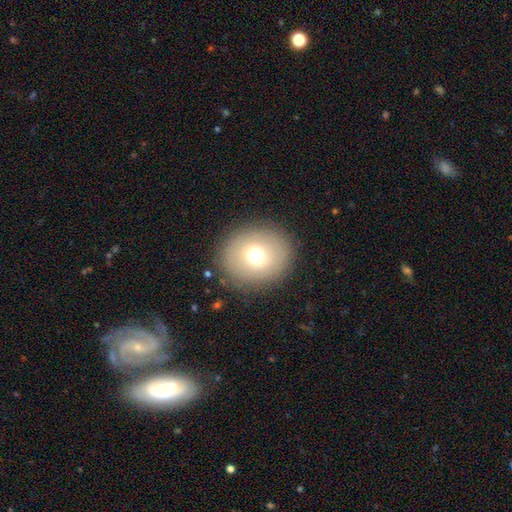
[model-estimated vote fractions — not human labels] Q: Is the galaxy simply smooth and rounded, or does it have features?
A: smooth — 70%.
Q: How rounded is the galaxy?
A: round — 81%.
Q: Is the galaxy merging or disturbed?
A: none — 88%.